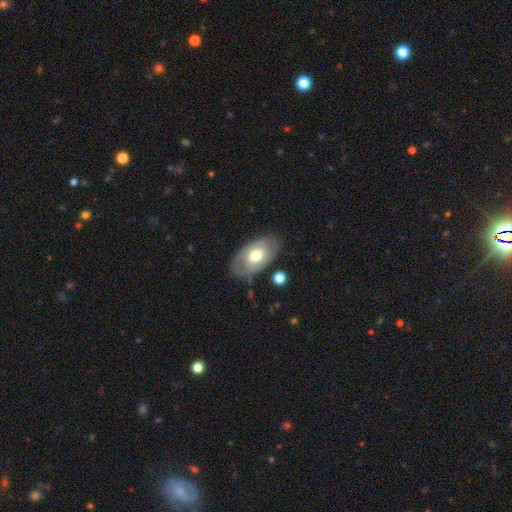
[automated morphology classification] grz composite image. It shows a featured or disk galaxy (52%). Merging: none (74%).